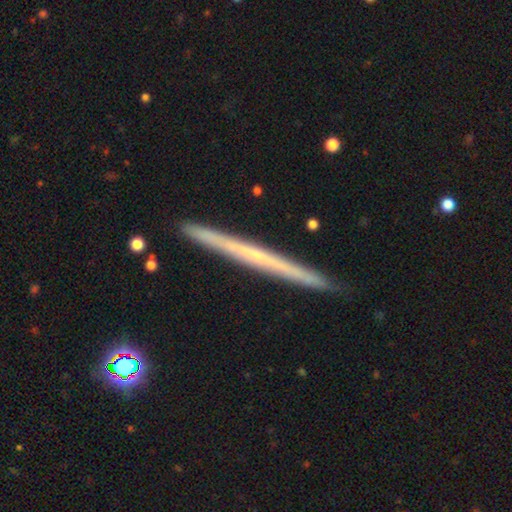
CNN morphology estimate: Smooth or featured? Predicted: featured or disk (p=0.64). Edge-on disk? Predicted: yes (p=0.98). Edge-on bulge? Predicted: none (p=0.83). Merging? Predicted: none (p=0.92).